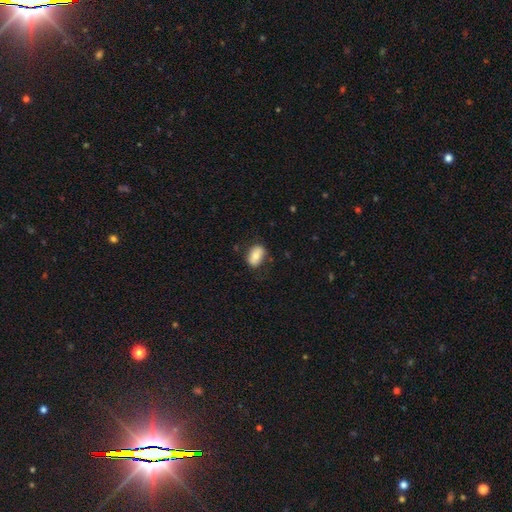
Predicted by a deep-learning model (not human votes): Smooth or featured: smooth — 74% (featured or disk — 19%)
How rounded: in between — 85% (round — 13%)
Merging: none — 79% (minor disturbance — 16%)